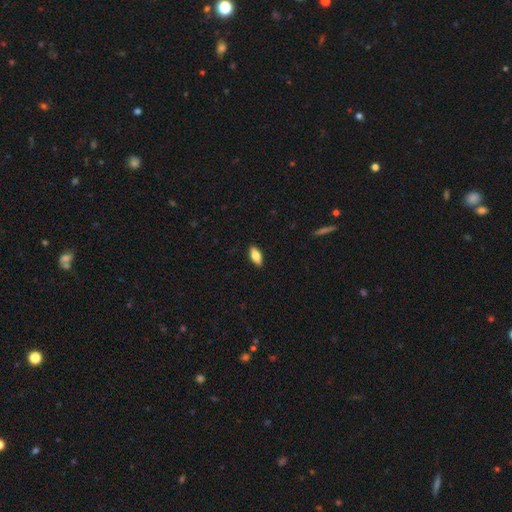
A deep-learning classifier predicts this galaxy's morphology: Smooth or featured?
  - smooth: 74% *
  - featured or disk: 20%
  - star or artifact: 7%
How rounded?
  - in between: 83% *
  - cigar-shaped: 14%
  - round: 3%
Merging?
  - none: 89% *
  - minor disturbance: 8%
  - major disturbance: 2%
  - merger: 1%